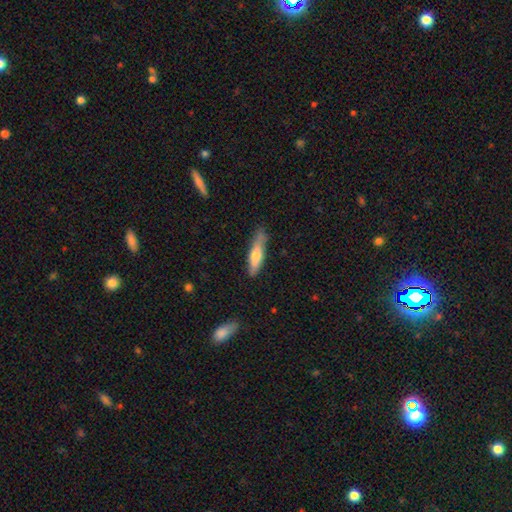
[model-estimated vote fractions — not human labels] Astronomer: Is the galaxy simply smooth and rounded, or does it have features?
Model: smooth — 64%.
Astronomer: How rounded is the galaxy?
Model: cigar-shaped — 75%.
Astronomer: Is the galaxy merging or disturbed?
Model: none — 75%.